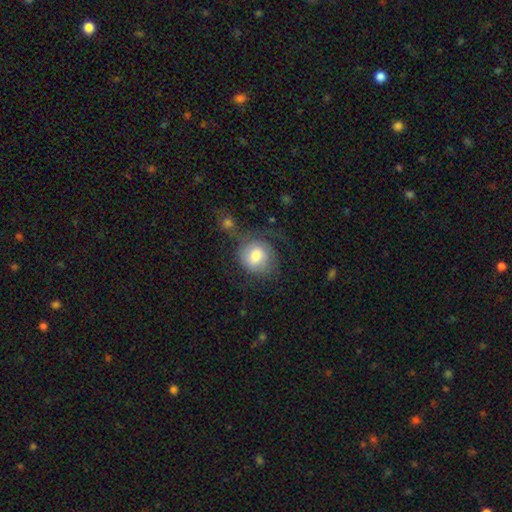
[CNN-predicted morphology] The model was most divided on "merging": none: 44%, major disturbance: 26%, minor disturbance: 22%, merger: 8%. More confident: how rounded — round (77%); smooth or featured — smooth (63%).